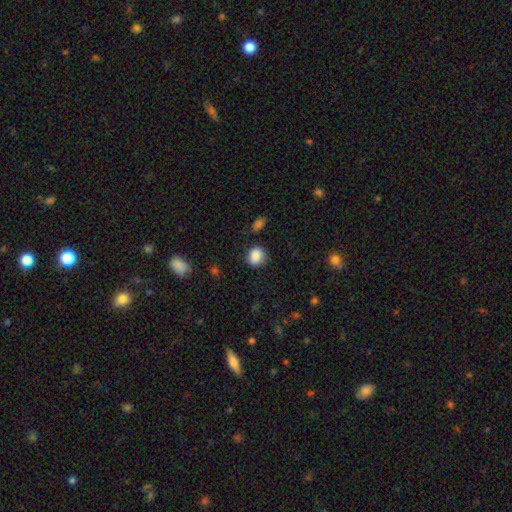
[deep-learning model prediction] A smooth galaxy with no disk features (87%) that is round (81%).

Vote fractions:
- Smooth or featured? smooth: 87% / star or artifact: 9% / featured or disk: 4%
- How rounded? round: 81% / in between: 18% / cigar-shaped: 1%
- Merging? none: 81% / minor disturbance: 13% / major disturbance: 4% / merger: 2%